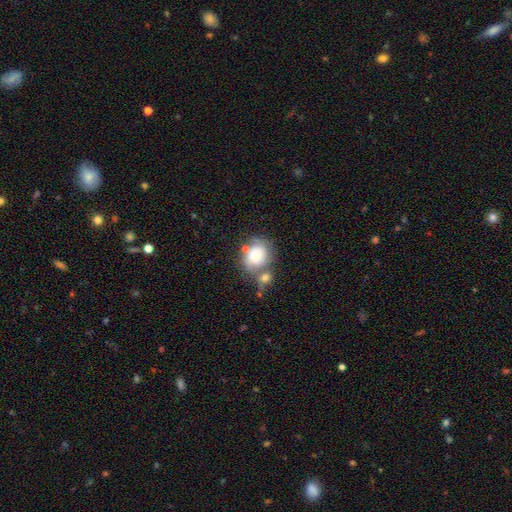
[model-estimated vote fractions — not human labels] Smooth or featured? smooth (65%)
How rounded? round (65%)
Merging? none (44%)